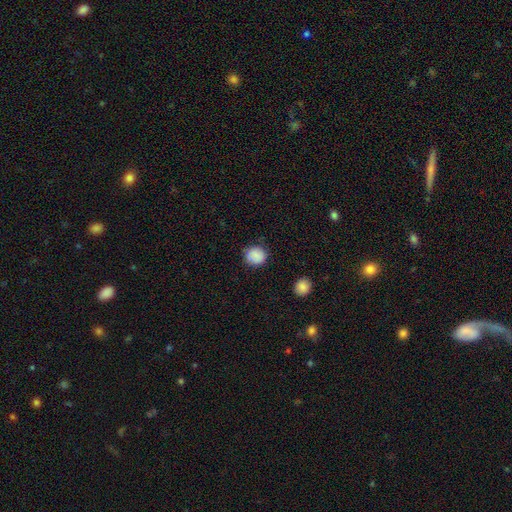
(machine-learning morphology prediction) Smooth or featured? smooth (86%)
How rounded? round (85%)
Merging? none (77%)